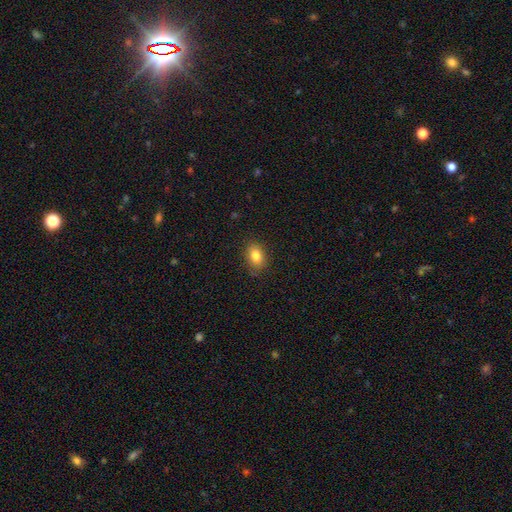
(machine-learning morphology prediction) This appears to be a smooth galaxy with no disk features (83%) that is in between round and cigar-shaped (79%). Merging: none (85%).